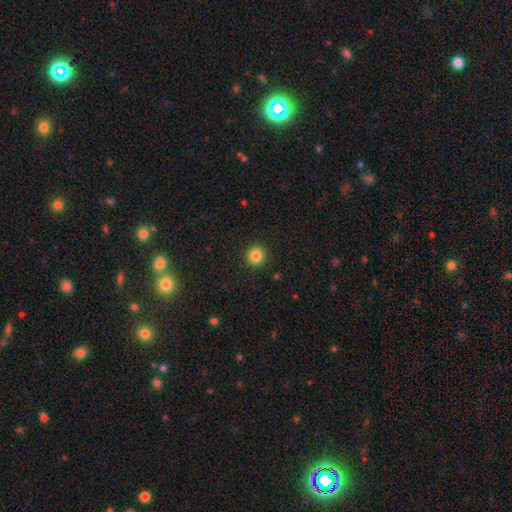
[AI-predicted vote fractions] smooth-or-featured: smooth: 85% | star or artifact: 11% | featured or disk: 4%
  how-rounded: round: 93% | in between: 6% | cigar-shaped: 1%
  merging: none: 92% | minor disturbance: 5% | major disturbance: 2% | merger: 1%